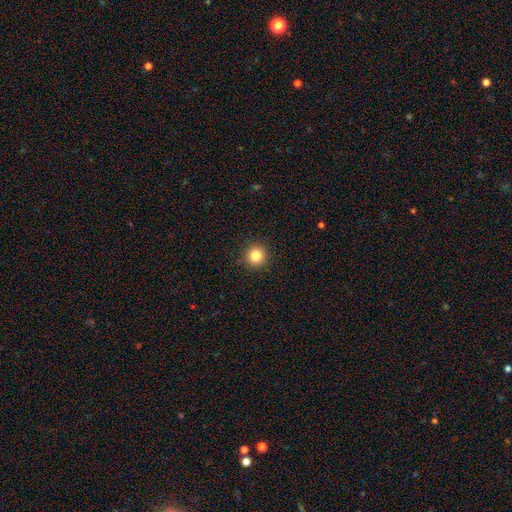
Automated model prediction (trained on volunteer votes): Overall: smooth (83%). How rounded: round (95%). Merging: none (91%).